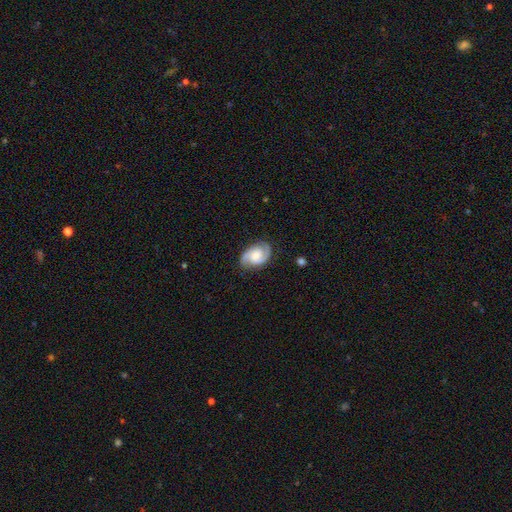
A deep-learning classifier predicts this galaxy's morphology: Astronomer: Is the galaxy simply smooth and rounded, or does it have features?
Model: featured or disk — 82%.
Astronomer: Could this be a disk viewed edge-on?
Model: no — 98%.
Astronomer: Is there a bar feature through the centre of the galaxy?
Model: no — 54% (runner-up: weak, 37%).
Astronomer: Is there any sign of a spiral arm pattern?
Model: yes — 97%.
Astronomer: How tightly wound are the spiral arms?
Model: medium — 50% (runner-up: tight, 36%).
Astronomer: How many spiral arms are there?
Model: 2 — 92%.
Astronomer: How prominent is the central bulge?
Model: moderate — 37% (runner-up: small, 23%).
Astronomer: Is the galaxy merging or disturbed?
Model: none — 82%.